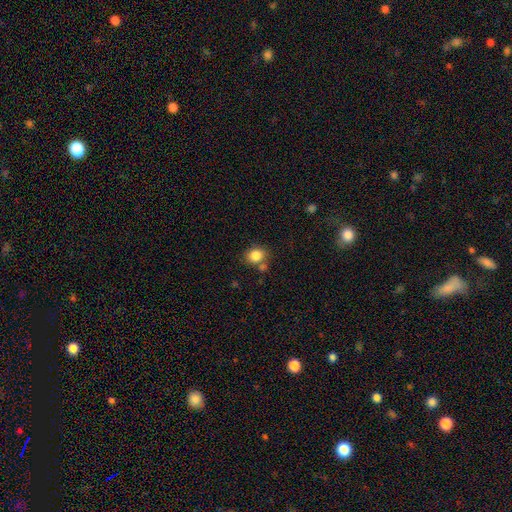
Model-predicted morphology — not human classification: Smooth or featured: smooth — 85% (star or artifact — 10%)
How rounded: round — 64% (in between — 35%)
Merging: none — 66% (merger — 17%)